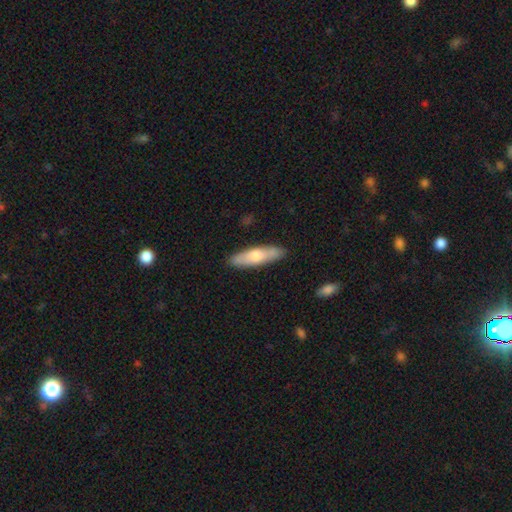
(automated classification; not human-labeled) smooth-or-featured: smooth: 63% | featured or disk: 32% | star or artifact: 5%
  how-rounded: cigar-shaped: 68% | in between: 30% | round: 2%
  merging: none: 88% | minor disturbance: 9% | major disturbance: 2% | merger: 1%